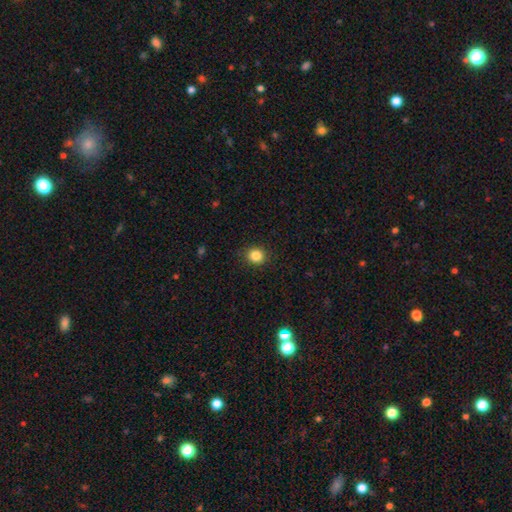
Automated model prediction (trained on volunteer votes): smooth_or_featured: smooth (p=0.85) [alt: star or artifact p=0.11]
how_rounded: round (p=0.80) [alt: in between p=0.19]
merging: none (p=0.88) [alt: minor disturbance p=0.08]